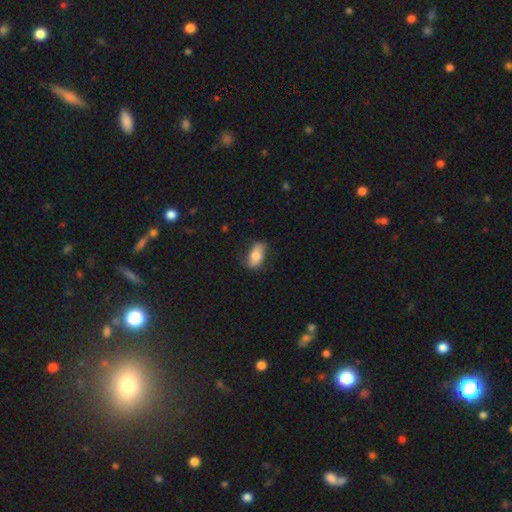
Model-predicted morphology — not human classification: This is likely a smooth galaxy (70%). How rounded: clearly in between (87%). Merging: likely none (71%).